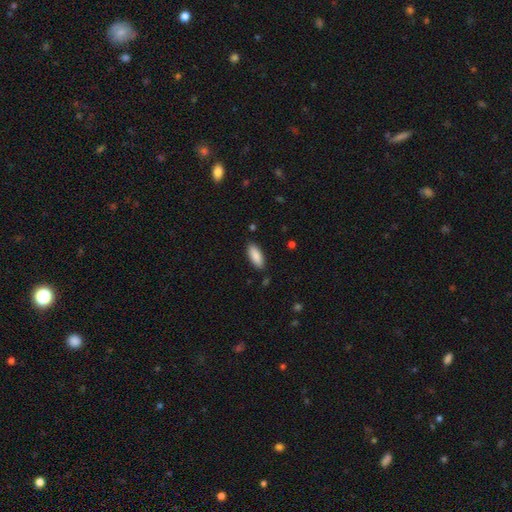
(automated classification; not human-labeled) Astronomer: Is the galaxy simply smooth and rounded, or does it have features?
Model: smooth — 89%.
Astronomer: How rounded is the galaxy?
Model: in between — 76%.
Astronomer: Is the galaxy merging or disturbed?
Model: none — 87%.